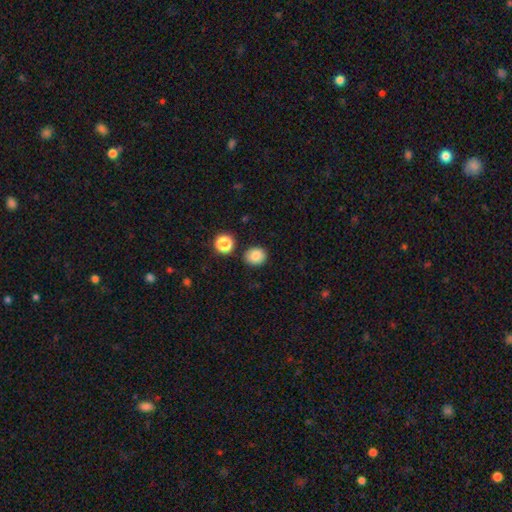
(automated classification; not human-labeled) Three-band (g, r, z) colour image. It shows a smooth galaxy with no disk features (84%) that is round (69%). Merging: none (85%).